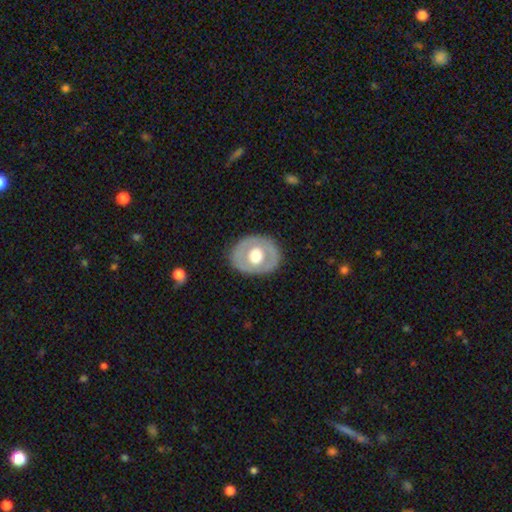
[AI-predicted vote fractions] Overall: featured or disk (52%; smooth 43%). Edge-on disk: no (94%). Merging: none (81%).